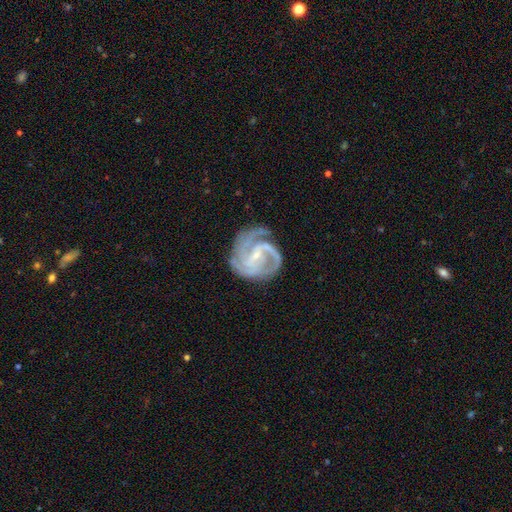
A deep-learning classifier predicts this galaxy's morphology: A featured or disk galaxy (90%) with a weak bar (46%), 3 (44%) tight (51%) spiral arms (98%) and a small central bulge (75%). Merging: none (71%).